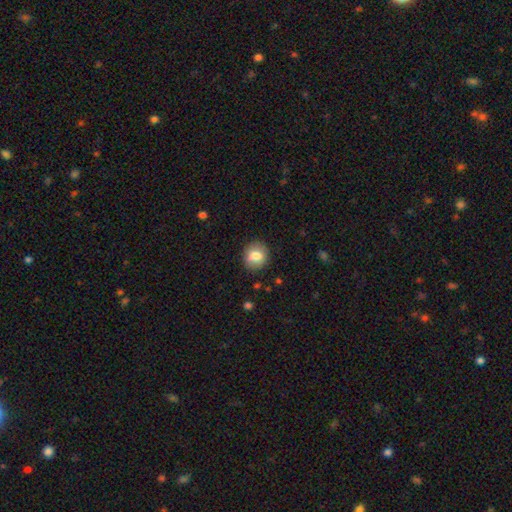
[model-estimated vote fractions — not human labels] smooth-or-featured: smooth: 77% | featured or disk: 14% | star or artifact: 9%
  how-rounded: round: 76% | in between: 23% | cigar-shaped: 1%
  merging: none: 85% | minor disturbance: 11% | major disturbance: 3% | merger: 2%